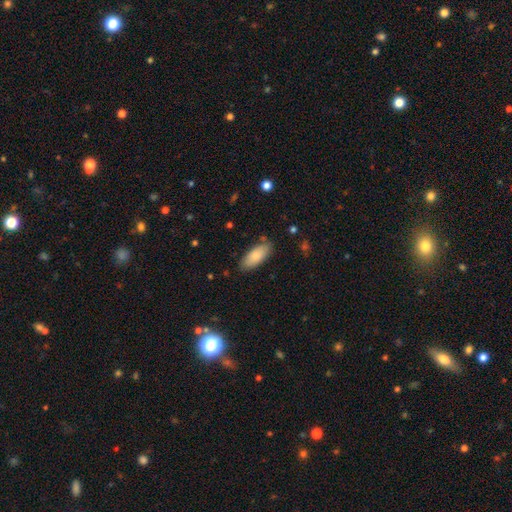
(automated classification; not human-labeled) smooth 81%, featured or disk 13%, star or artifact 6%. Down the decision tree: how rounded — in between (85%); merging — none (83%).